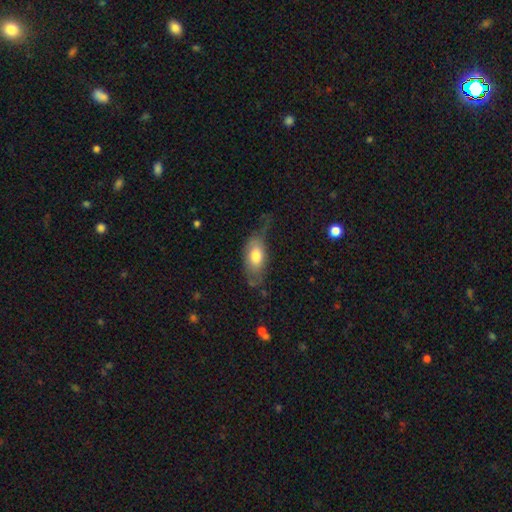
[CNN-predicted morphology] Overall: smooth (68%). How rounded: in between (88%). Merging: none (41%; minor disturbance 34%).